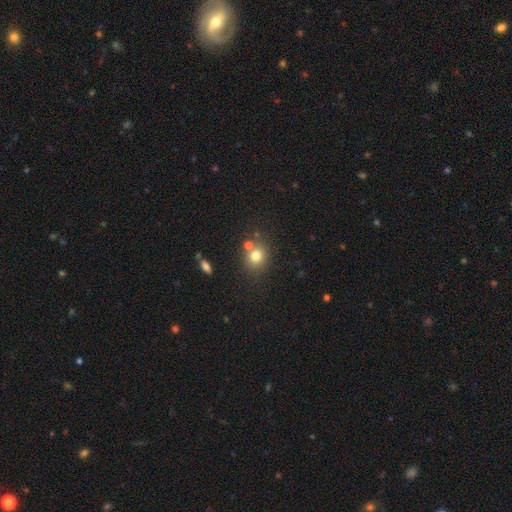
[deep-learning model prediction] Q: Smooth or featured?
A: smooth (75%); runner-up: star or artifact (14%)
Q: How rounded?
A: round (75%); runner-up: in between (24%)
Q: Merging?
A: none (68%); runner-up: merger (17%)